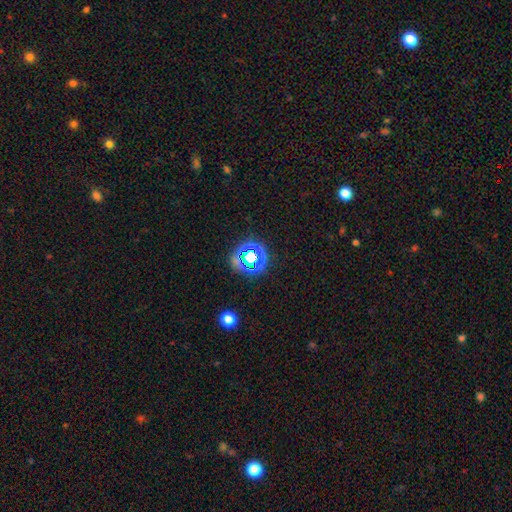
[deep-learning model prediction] A star or artifact, not a galaxy (66%).